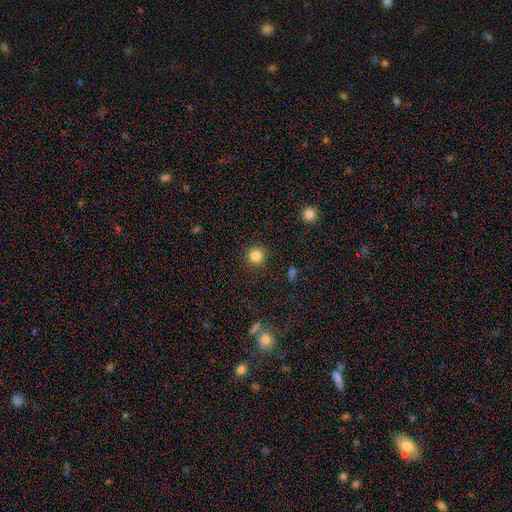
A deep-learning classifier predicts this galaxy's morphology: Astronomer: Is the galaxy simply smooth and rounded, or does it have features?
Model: smooth — 83%.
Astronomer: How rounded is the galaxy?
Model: round — 94%.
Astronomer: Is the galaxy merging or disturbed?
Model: none — 91%.